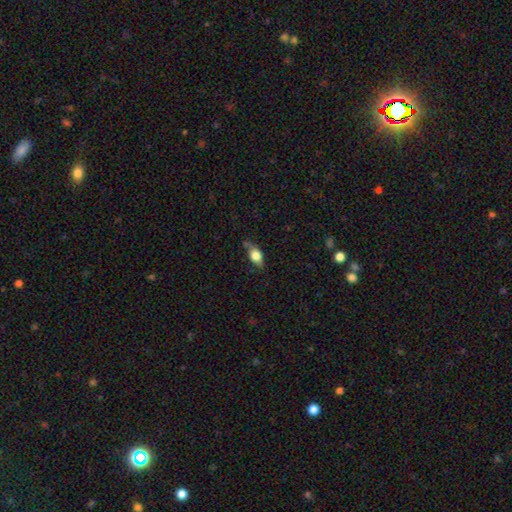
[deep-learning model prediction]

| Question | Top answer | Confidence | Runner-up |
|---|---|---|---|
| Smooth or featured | smooth | 67% | featured or disk (25%) |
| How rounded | in between | 77% | round (13%) |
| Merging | none | 61% | minor disturbance (29%) |